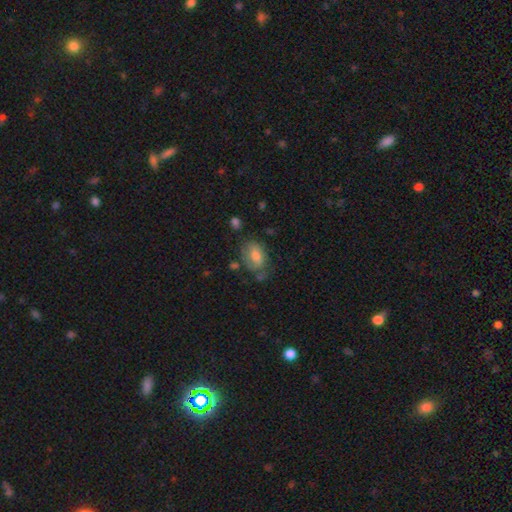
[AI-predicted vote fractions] This is likely a smooth galaxy (70%). How rounded: clearly in between (86%). Merging: possibly none (55%).